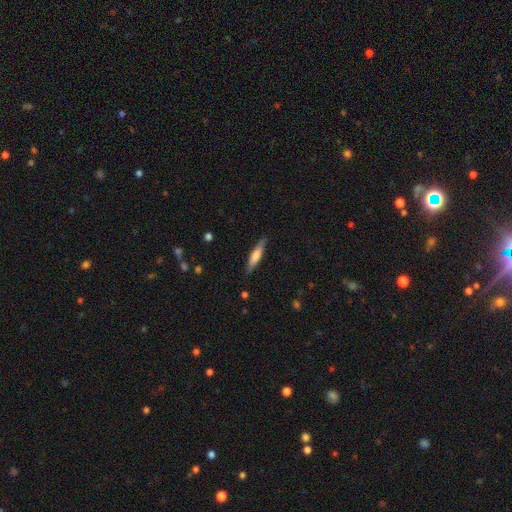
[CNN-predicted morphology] smooth-or-featured: smooth: 60% | featured or disk: 35% | star or artifact: 6%
  how-rounded: cigar-shaped: 85% | in between: 14% | round: 1%
  merging: none: 87% | minor disturbance: 10% | major disturbance: 2% | merger: 1%